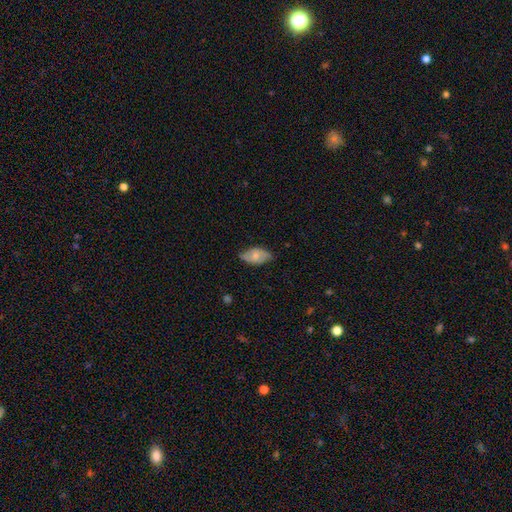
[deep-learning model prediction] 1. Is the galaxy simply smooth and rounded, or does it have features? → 60% smooth, 34% featured or disk, 6% star or artifact.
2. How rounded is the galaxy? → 93% in between, 5% round, 3% cigar-shaped.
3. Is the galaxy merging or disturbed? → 68% none, 27% minor disturbance, 5% major disturbance, 1% merger.